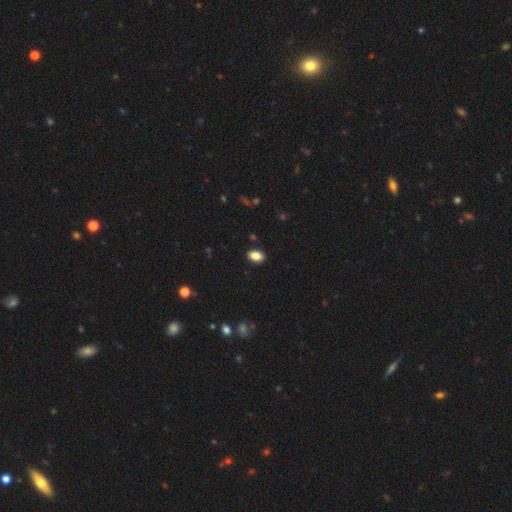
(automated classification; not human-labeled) Smooth or featured?
  - smooth: 86% *
  - star or artifact: 9%
  - featured or disk: 5%
How rounded?
  - in between: 84% *
  - round: 15%
  - cigar-shaped: 1%
Merging?
  - none: 90% *
  - minor disturbance: 8%
  - major disturbance: 2%
  - merger: 1%